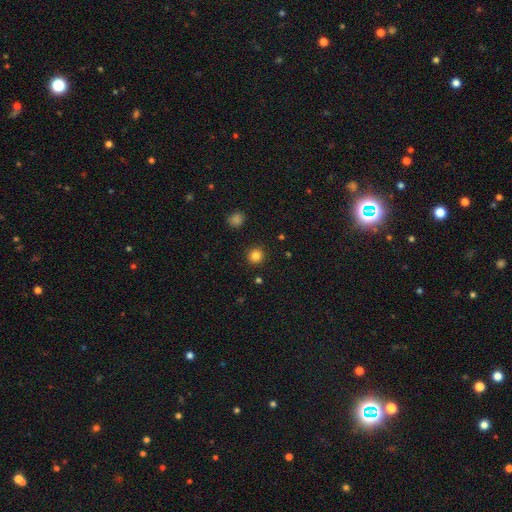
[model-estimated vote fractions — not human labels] smooth-or-featured: smooth: 84% | star or artifact: 12% | featured or disk: 4%
  how-rounded: round: 93% | in between: 6% | cigar-shaped: 1%
  merging: none: 92% | minor disturbance: 5% | major disturbance: 2% | merger: 1%